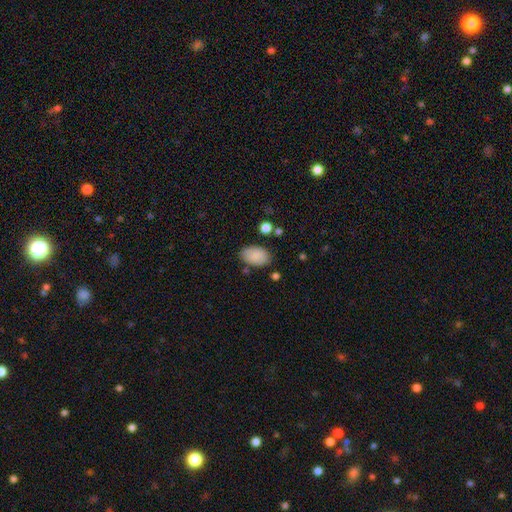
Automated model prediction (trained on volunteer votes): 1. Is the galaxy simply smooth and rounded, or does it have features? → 87% smooth, 6% star or artifact, 6% featured or disk.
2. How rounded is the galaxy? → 92% in between, 7% round, 1% cigar-shaped.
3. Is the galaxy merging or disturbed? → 79% none, 14% minor disturbance, 4% major disturbance, 3% merger.